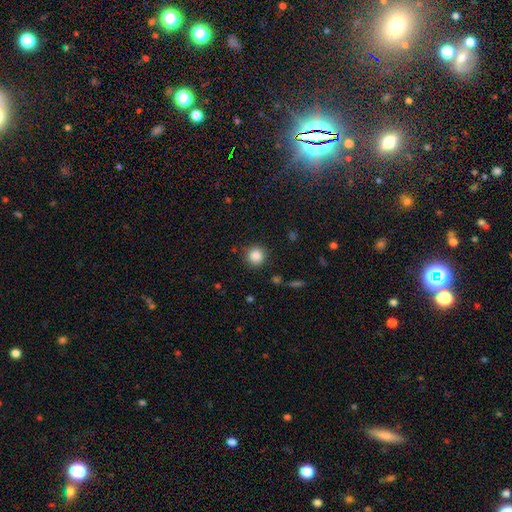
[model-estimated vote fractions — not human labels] A smooth galaxy with no disk features (86%) that is round (93%).

Vote fractions:
- Smooth or featured? smooth: 86% / star or artifact: 10% / featured or disk: 4%
- How rounded? round: 93% / in between: 6% / cigar-shaped: 1%
- Merging? none: 88% / minor disturbance: 8% / major disturbance: 3% / merger: 2%